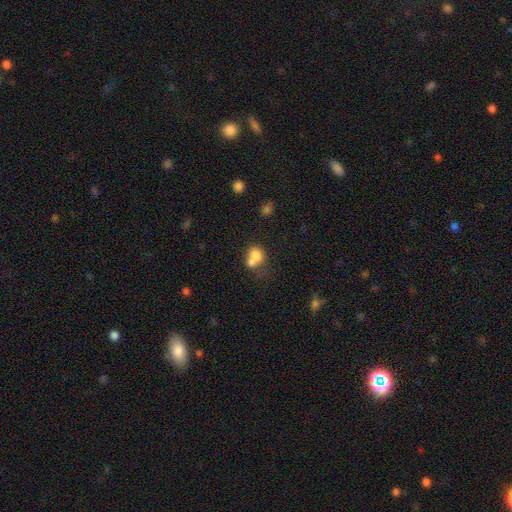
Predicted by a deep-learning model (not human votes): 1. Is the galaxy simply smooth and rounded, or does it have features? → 75% smooth, 15% featured or disk, 10% star or artifact.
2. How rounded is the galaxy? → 64% round, 35% in between, 1% cigar-shaped.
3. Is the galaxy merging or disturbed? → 56% merger, 30% none, 9% minor disturbance, 5% major disturbance.